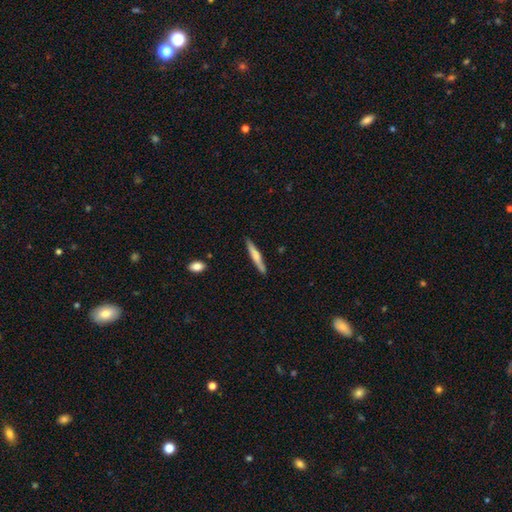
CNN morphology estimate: Smooth or featured? Predicted: smooth (p=0.56). How rounded? Predicted: cigar-shaped (p=0.94). Merging? Predicted: none (p=0.88).